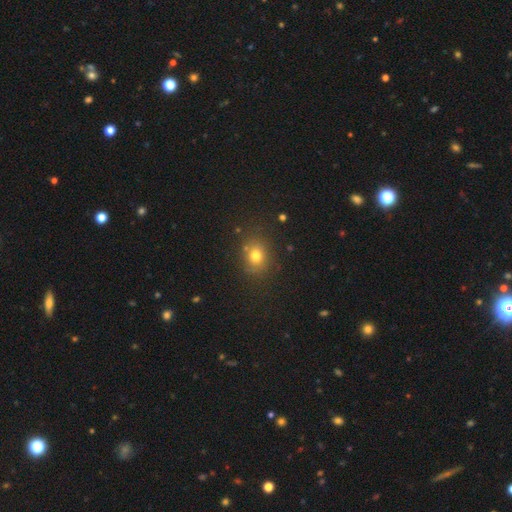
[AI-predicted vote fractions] Morphology: type=smooth (75%); roundness=round (59%); merging=none (78%).